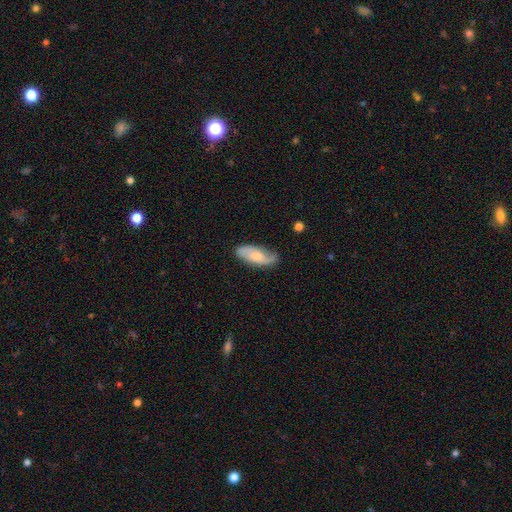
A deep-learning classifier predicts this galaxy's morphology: Smooth or featured?
  - featured or disk: 50% *
  - smooth: 43%
  - star or artifact: 6%
Edge-on disk?
  - no: 88% *
  - yes: 12%
Merging?
  - none: 73% *
  - minor disturbance: 21%
  - major disturbance: 5%
  - merger: 2%